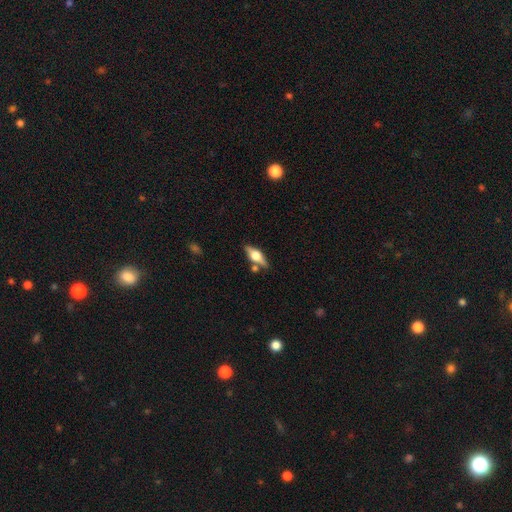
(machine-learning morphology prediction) This appears to be a featured or disk galaxy (60%) viewed edge-on (93%) with a rounded central bulge (93%). Merging: none (76%).